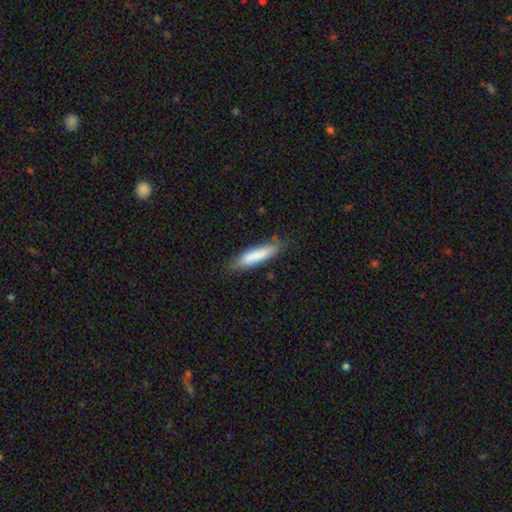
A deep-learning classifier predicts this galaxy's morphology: A smooth galaxy with no disk features (82%) that is cigar-shaped (80%). Merging: none (79%).